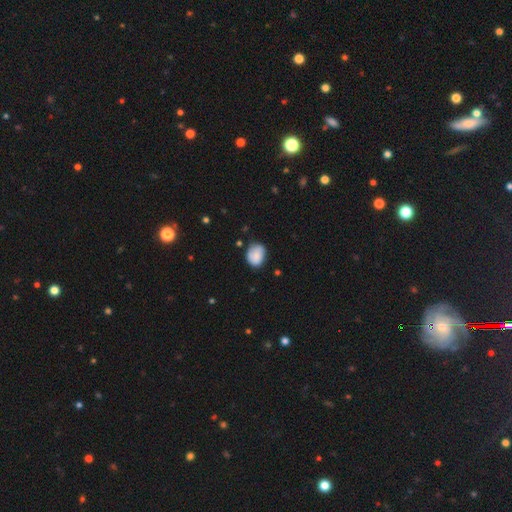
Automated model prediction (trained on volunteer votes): Smooth or featured? smooth (76%)
How rounded? in between (50%)
Merging? none (64%)